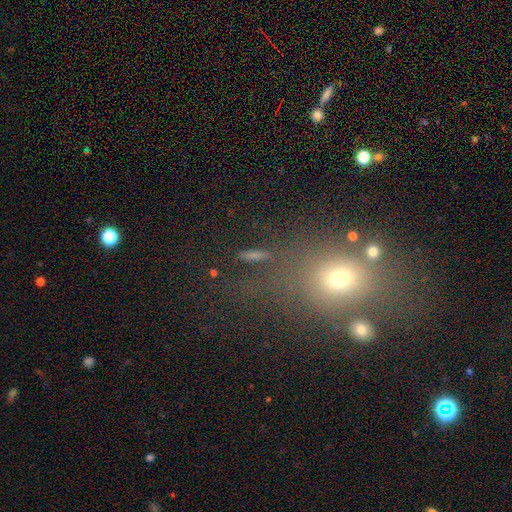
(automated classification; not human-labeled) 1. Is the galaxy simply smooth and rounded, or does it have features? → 52% smooth, 32% star or artifact, 17% featured or disk.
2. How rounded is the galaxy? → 43% in between, 33% cigar-shaped, 24% round.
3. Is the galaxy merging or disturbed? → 70% none, 12% minor disturbance, 10% merger, 9% major disturbance.